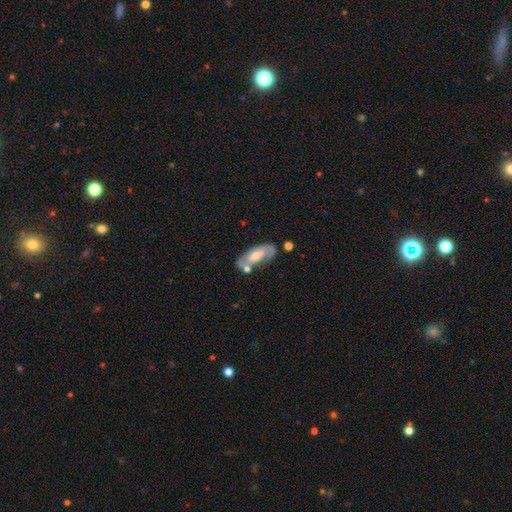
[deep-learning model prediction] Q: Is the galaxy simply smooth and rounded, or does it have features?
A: featured or disk — 59%.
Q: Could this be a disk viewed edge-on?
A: no — 88%.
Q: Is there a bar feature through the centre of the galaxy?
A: no — 62%.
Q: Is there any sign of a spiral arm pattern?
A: yes — 69%.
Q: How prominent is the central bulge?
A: moderate — 58%.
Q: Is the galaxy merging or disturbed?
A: none — 55%.